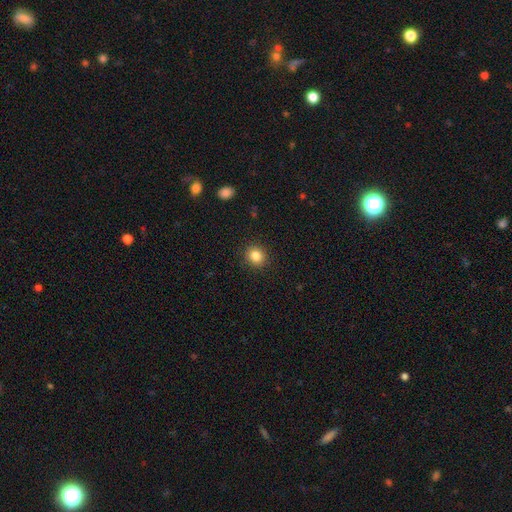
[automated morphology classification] A smooth galaxy with no disk features (85%) that is round (78%).

Vote fractions:
- Smooth or featured? smooth: 85% / star or artifact: 11% / featured or disk: 5%
- How rounded? round: 78% / in between: 21% / cigar-shaped: 1%
- Merging? none: 90% / minor disturbance: 7% / major disturbance: 2% / merger: 1%